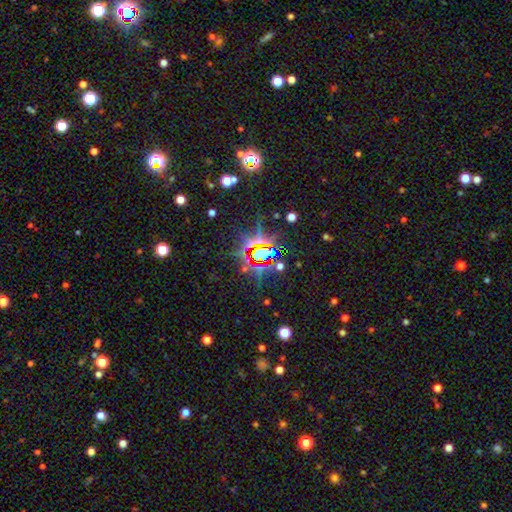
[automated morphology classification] A star or artifact, not a galaxy (79%).